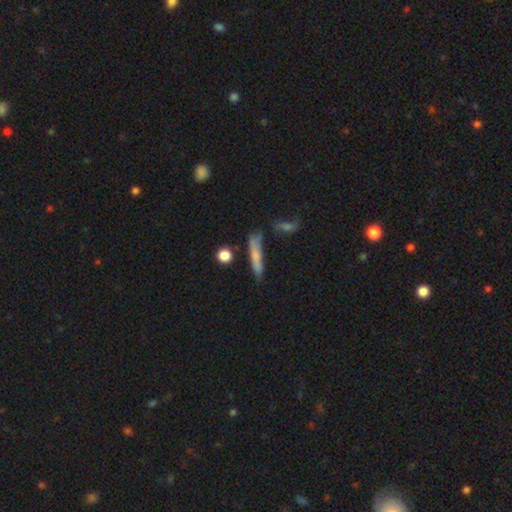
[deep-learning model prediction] Morphology: type=smooth (65%); roundness=cigar-shaped (83%); merging=none (60%).